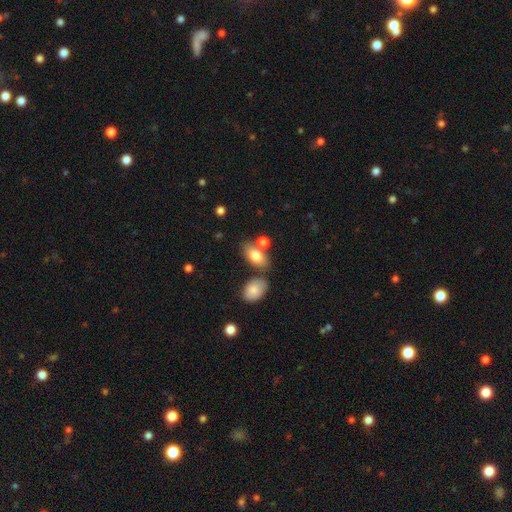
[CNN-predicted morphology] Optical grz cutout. It shows a smooth galaxy with no disk features (79%) that is in between round and cigar-shaped (89%). Merging: none (62%).